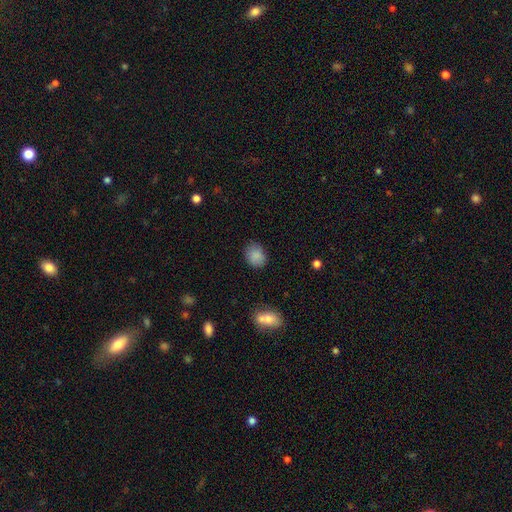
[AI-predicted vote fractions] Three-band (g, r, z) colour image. It shows a smooth galaxy with no disk features (86%) that is round (54%). Merging: none (79%).